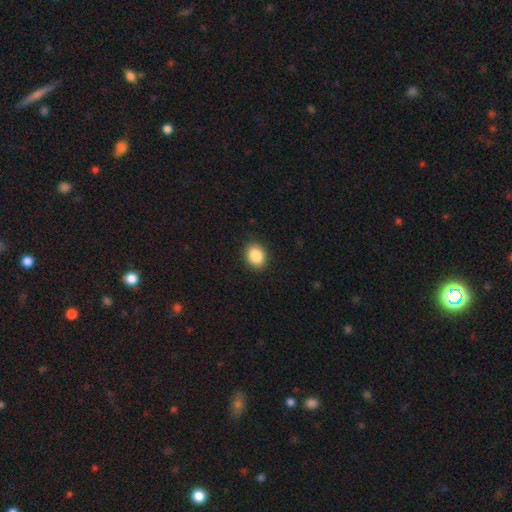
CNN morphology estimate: This is clearly a smooth galaxy (88%). How rounded: possibly in between (57%). Merging: clearly none (89%).